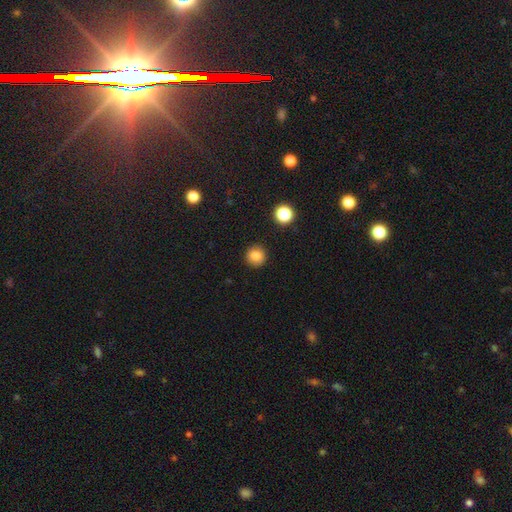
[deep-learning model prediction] Q: Smooth or featured?
A: smooth (84%); runner-up: star or artifact (11%)
Q: How rounded?
A: round (93%); runner-up: in between (6%)
Q: Merging?
A: none (91%); runner-up: minor disturbance (6%)